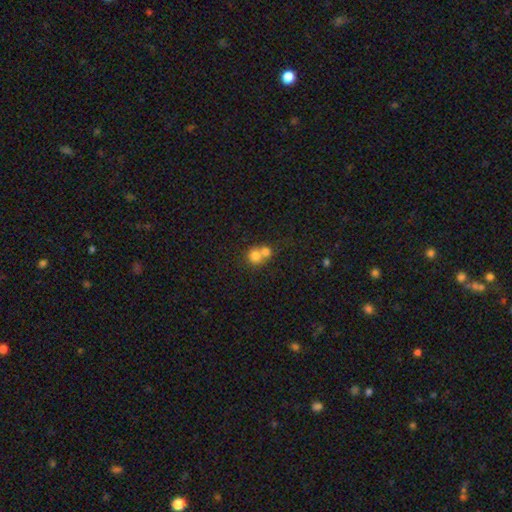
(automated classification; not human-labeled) smooth 75%, featured or disk 14%, star or artifact 11%. Down the decision tree: how rounded — round (79%); merging — merger (63%).